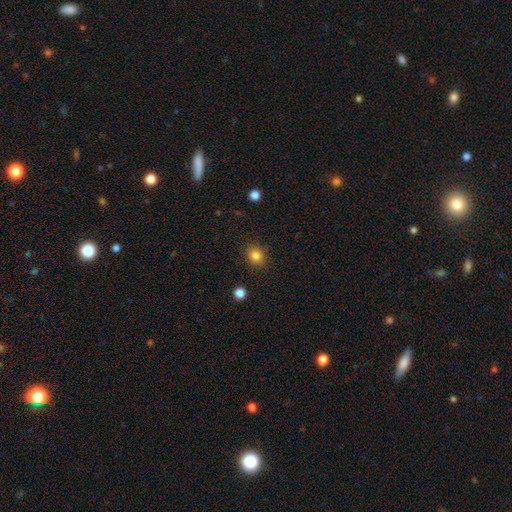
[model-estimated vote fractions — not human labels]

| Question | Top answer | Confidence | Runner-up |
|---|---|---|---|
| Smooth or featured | smooth | 83% | star or artifact (12%) |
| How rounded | round | 73% | in between (26%) |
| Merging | none | 88% | minor disturbance (9%) |